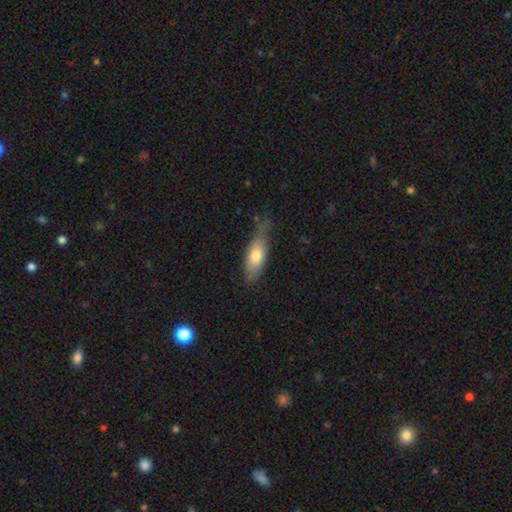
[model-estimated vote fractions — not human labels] This is likely a smooth galaxy (69%). How rounded: likely in between (66%). Merging: possibly none (56%).